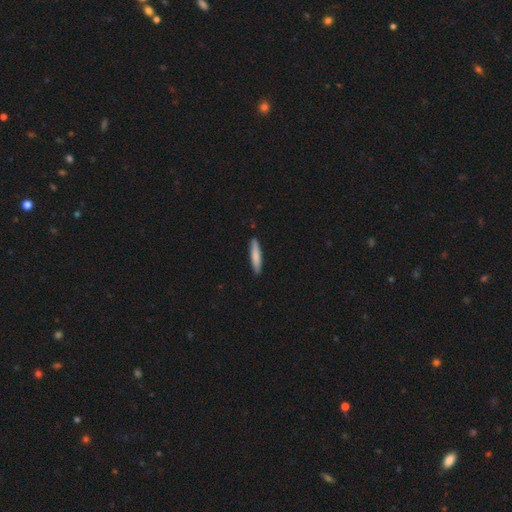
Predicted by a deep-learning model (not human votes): Smooth or featured? smooth (81%)
How rounded? cigar-shaped (89%)
Merging? none (90%)